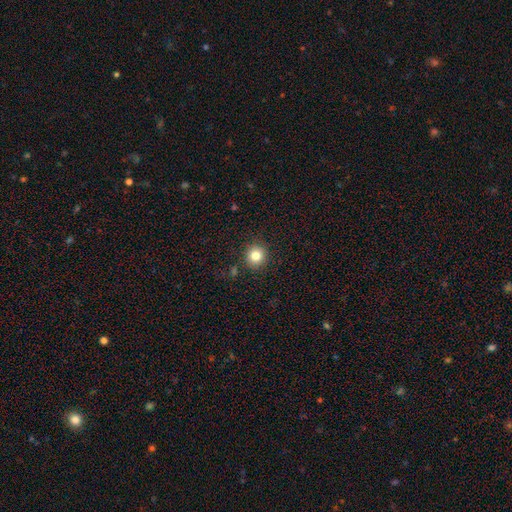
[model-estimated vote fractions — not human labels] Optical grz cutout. It shows a smooth galaxy with no disk features (82%) that is round (91%). Merging: none (89%).